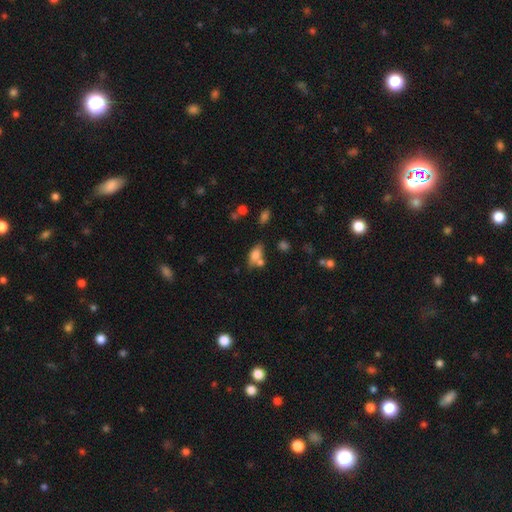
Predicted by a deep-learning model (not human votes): Overall: smooth (73%). How rounded: in between (84%). Merging: none (46%; merger 32%).